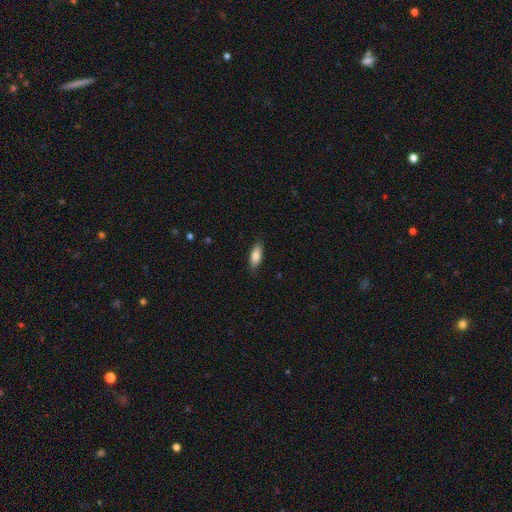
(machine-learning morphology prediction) A smooth galaxy with no disk features (83%) that is in between round and cigar-shaped (75%). Merging: none (86%).